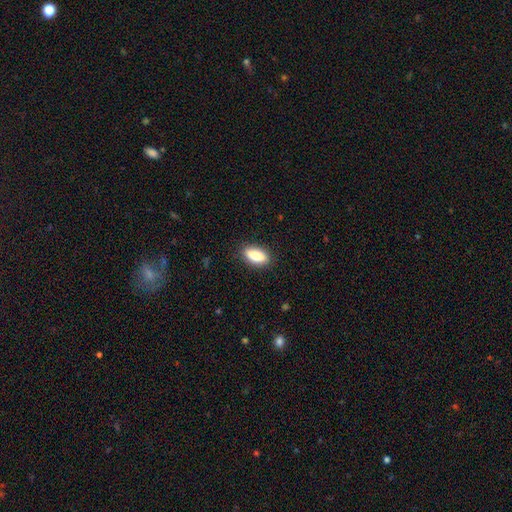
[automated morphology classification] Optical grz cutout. It shows a smooth galaxy with no disk features (81%) that is in between round and cigar-shaped (85%). Merging: none (86%).